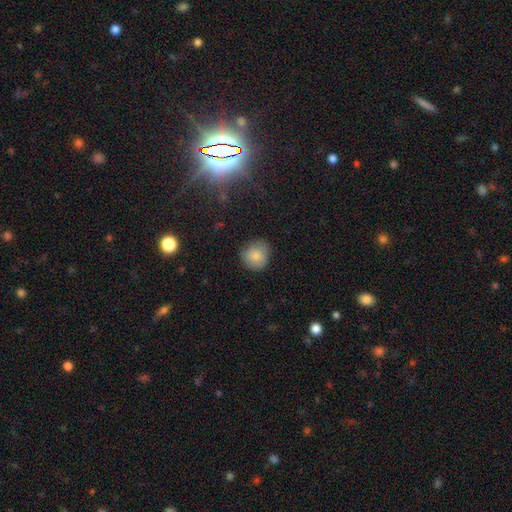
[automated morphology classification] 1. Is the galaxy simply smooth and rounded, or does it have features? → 83% smooth, 9% star or artifact, 8% featured or disk.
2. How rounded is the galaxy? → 90% round, 9% in between, 1% cigar-shaped.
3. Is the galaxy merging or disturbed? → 81% none, 14% minor disturbance, 3% major disturbance, 1% merger.